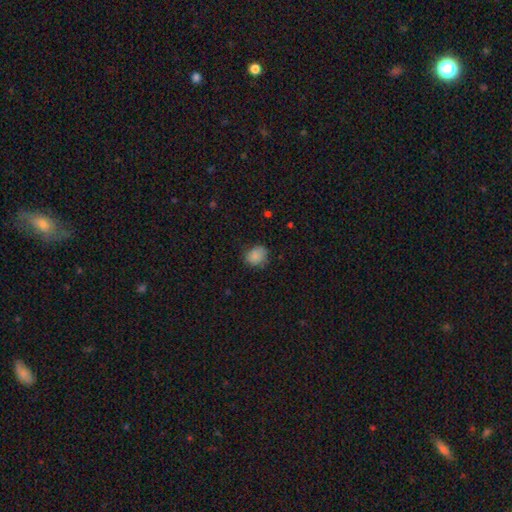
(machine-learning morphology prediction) Q: Smooth or featured?
A: smooth (84%); runner-up: star or artifact (10%)
Q: How rounded?
A: round (53%); runner-up: in between (47%)
Q: Merging?
A: none (70%); runner-up: minor disturbance (23%)